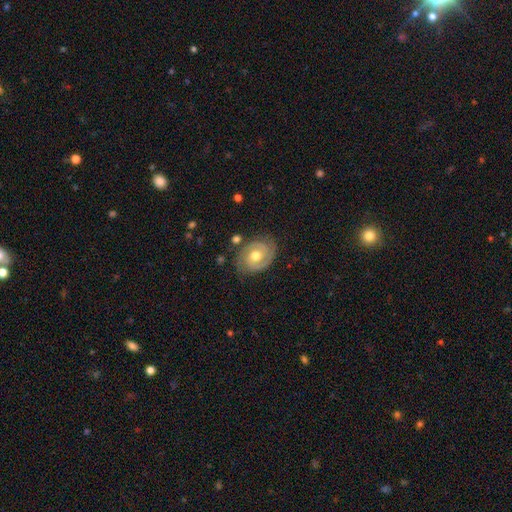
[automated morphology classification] Smooth or featured?
  - featured or disk: 81% *
  - smooth: 13%
  - star or artifact: 6%
Edge-on disk?
  - no: 97% *
  - yes: 3%
Bar?
  - no: 69% *
  - weak: 25%
  - strong: 6%
Spiral arms?
  - yes: 92% *
  - no: 8%
Spiral winding?
  - tight: 59% *
  - medium: 33%
  - loose: 8%
Spiral arm count?
  - 2: 85% *
  - can't tell: 7%
  - 1: 4%
  - 3: 2%
  - 4: 1%
  - more than 4: 1%
Bulge size?
  - moderate: 80% *
  - small: 11%
  - large: 7%
  - none: 1%
  - dominant: 1%
Merging?
  - none: 79% *
  - minor disturbance: 15%
  - major disturbance: 4%
  - merger: 2%